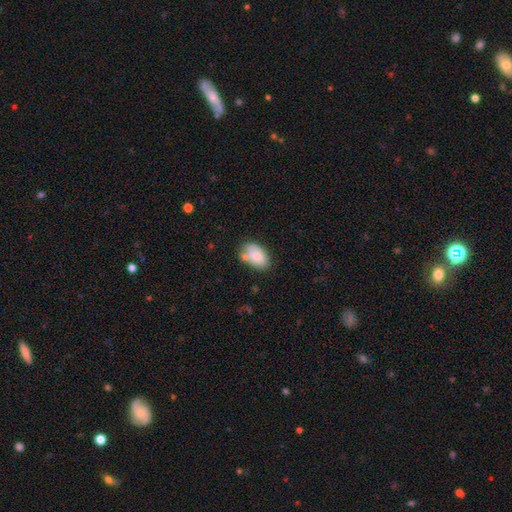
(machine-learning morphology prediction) Smooth or featured: smooth — 74% (featured or disk — 19%)
How rounded: in between — 90% (round — 8%)
Merging: none — 56% (minor disturbance — 26%)